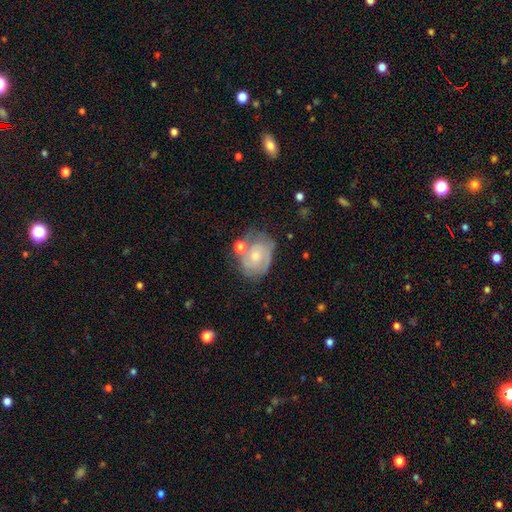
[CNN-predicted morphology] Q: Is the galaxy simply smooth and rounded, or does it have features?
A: featured or disk — 61%.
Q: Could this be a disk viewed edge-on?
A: no — 97%.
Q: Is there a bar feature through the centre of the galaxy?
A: no — 74%.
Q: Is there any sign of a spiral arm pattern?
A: yes — 76%.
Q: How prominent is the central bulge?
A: moderate — 50%.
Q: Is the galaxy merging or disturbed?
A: none — 47%.